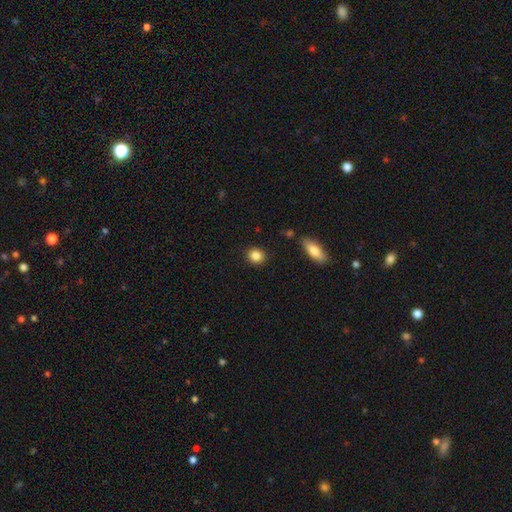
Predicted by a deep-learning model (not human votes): Q: Smooth or featured?
A: smooth (86%); runner-up: star or artifact (9%)
Q: How rounded?
A: round (77%); runner-up: in between (21%)
Q: Merging?
A: none (89%); runner-up: minor disturbance (7%)